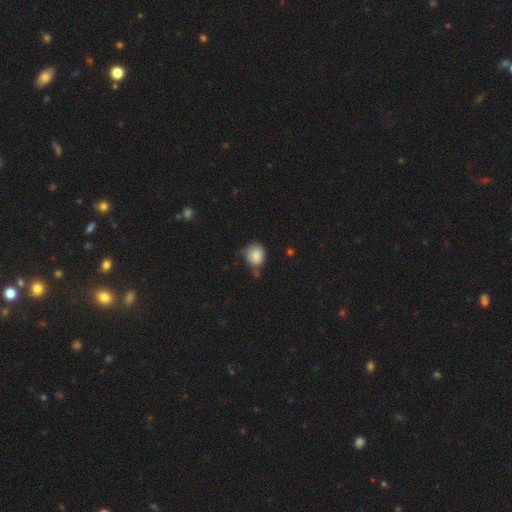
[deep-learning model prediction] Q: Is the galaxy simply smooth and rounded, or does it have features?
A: smooth — 83%.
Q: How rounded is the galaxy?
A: round — 67%.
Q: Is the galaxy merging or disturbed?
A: none — 53%.